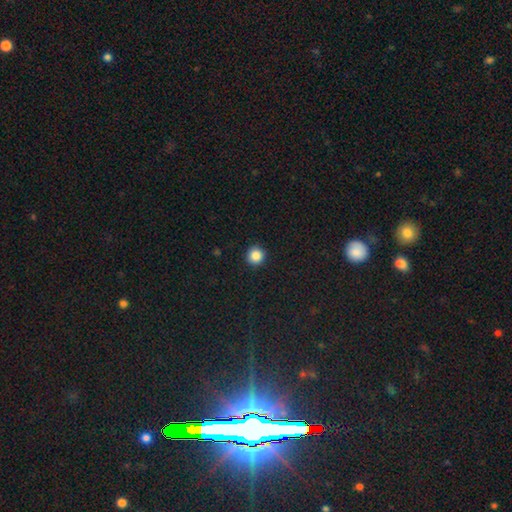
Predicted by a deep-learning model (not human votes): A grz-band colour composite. It shows a smooth galaxy with no disk features (87%) that is round (94%). Merging: none (92%).